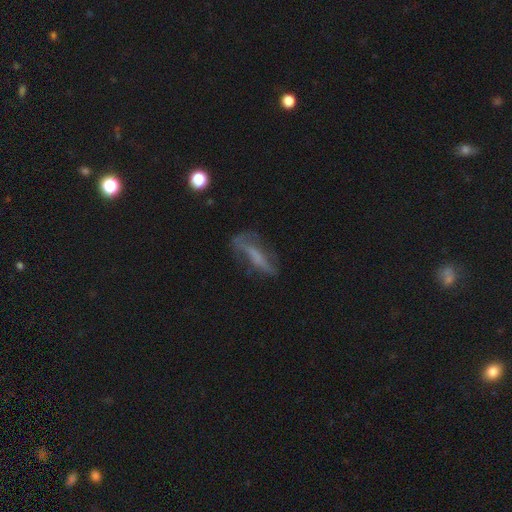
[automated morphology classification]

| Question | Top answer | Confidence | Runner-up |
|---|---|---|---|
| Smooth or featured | featured or disk | 53% | smooth (35%) |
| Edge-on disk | no | 63% | yes (37%) |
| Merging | none | 46% | minor disturbance (26%) |